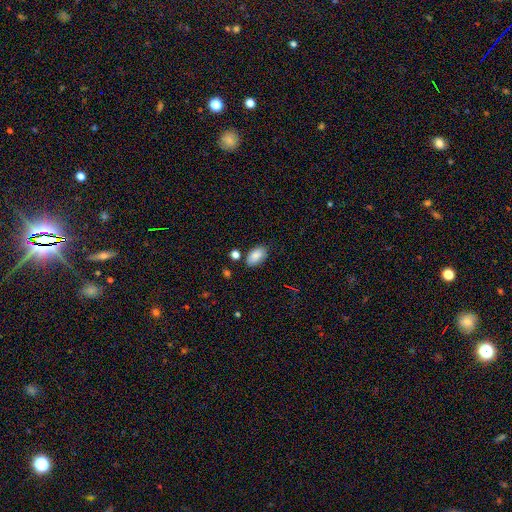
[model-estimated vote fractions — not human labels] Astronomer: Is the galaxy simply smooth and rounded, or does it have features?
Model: smooth — 86%.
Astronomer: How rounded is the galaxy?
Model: in between — 94%.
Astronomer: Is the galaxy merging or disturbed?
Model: none — 78%.